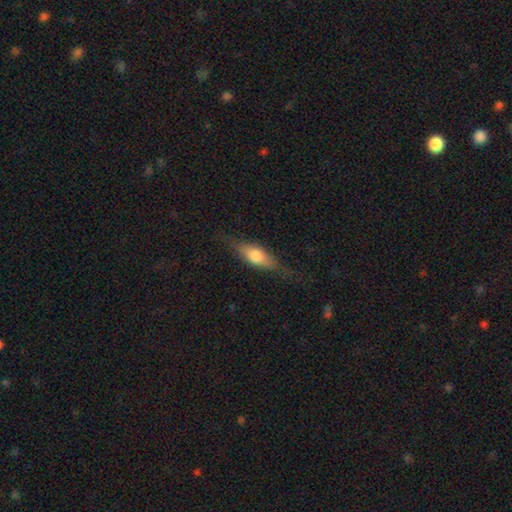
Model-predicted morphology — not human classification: smooth_or_featured: smooth (p=0.62) [alt: featured or disk p=0.32]
how_rounded: in between (p=0.63) [alt: cigar-shaped p=0.33]
merging: none (p=0.74) [alt: minor disturbance p=0.19]